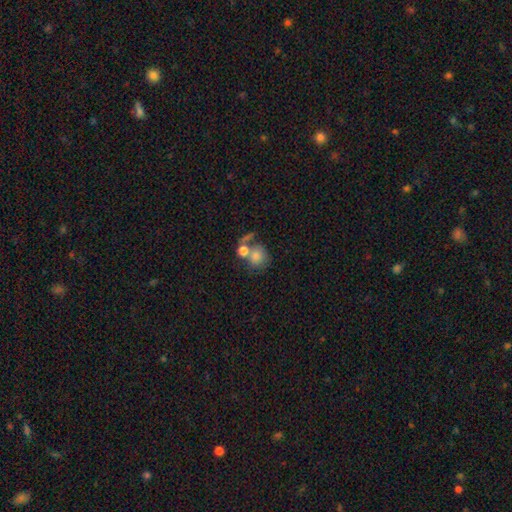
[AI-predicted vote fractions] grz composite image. It shows a smooth galaxy with no disk features (70%) that is round (74%). Merging: merger (48%).